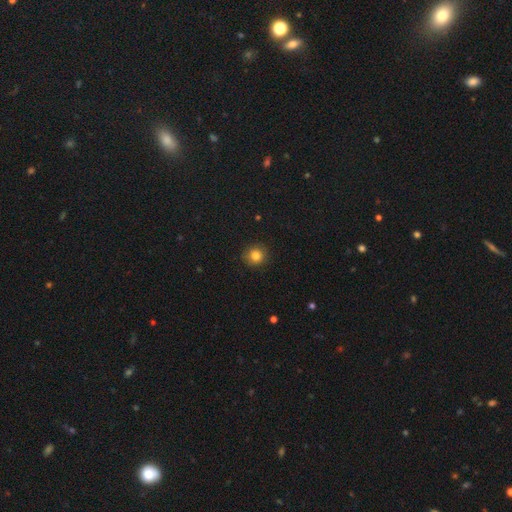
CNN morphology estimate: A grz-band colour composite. It shows a smooth galaxy with no disk features (83%) that is round (92%). Merging: none (89%).